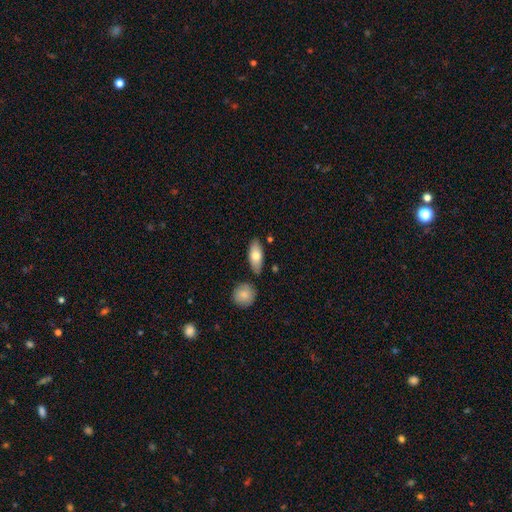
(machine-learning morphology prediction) type=smooth (75%); roundness=in between (82%); merging=none (80%).